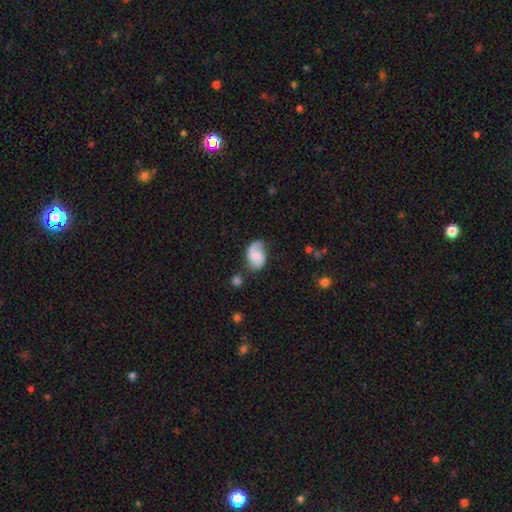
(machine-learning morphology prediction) Smooth or featured? featured or disk (55%)
Edge-on disk? no (98%)
Bar? no (52%)
Spiral arms? yes (91%)
Bulge size? none (40%)
Merging? none (57%)